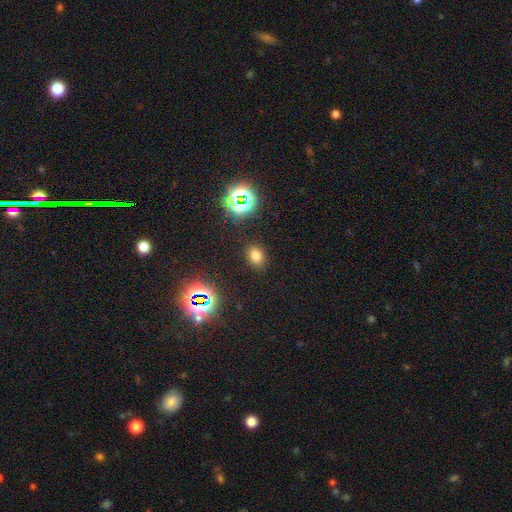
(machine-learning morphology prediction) This appears to be a smooth galaxy with no disk features (71%) that is in between round and cigar-shaped (58%). Merging: none (86%).